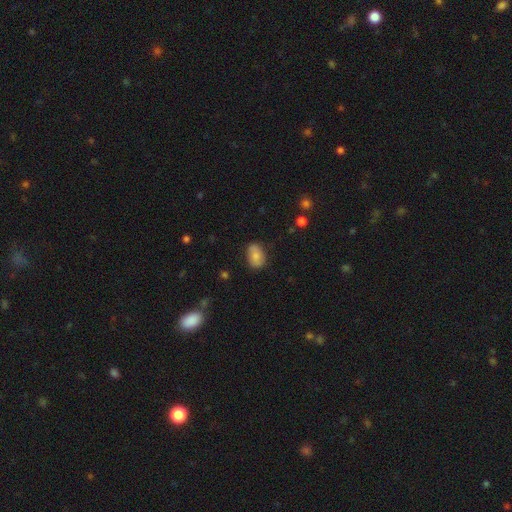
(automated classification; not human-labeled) smooth-or-featured: smooth: 80% | featured or disk: 13% | star or artifact: 8%
  how-rounded: in between: 86% | round: 12% | cigar-shaped: 1%
  merging: none: 77% | minor disturbance: 18% | major disturbance: 4% | merger: 2%